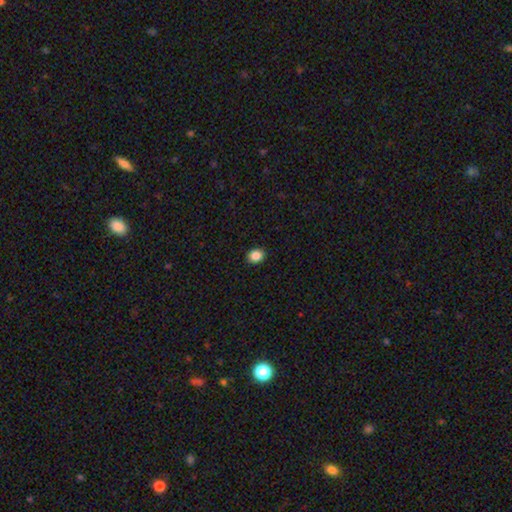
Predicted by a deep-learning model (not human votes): Smooth or featured: smooth — 88% (star or artifact — 10%)
How rounded: round — 60% (in between — 39%)
Merging: none — 92% (minor disturbance — 5%)